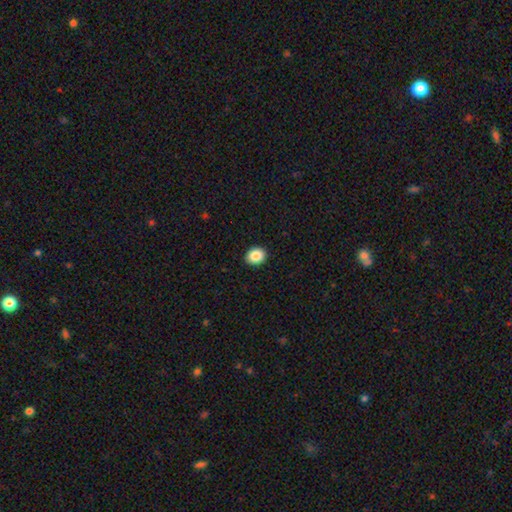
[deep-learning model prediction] smooth_or_featured: smooth (p=0.88) [alt: star or artifact p=0.09]
how_rounded: round (p=0.61) [alt: in between p=0.39]
merging: none (p=0.92) [alt: minor disturbance p=0.05]